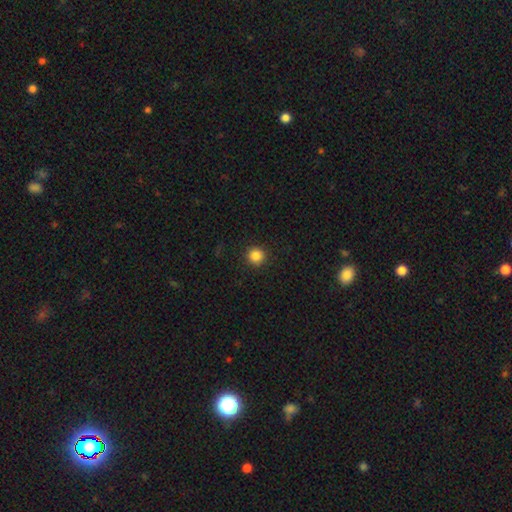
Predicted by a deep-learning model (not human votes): Smooth or featured?
  - smooth: 85% *
  - star or artifact: 11%
  - featured or disk: 4%
How rounded?
  - round: 95% *
  - in between: 4%
  - cigar-shaped: 1%
Merging?
  - none: 92% *
  - minor disturbance: 5%
  - major disturbance: 2%
  - merger: 1%